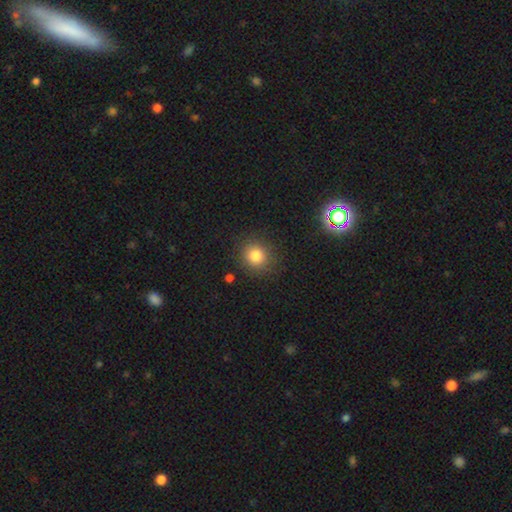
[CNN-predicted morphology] A smooth galaxy with no disk features (82%) that is round (84%).

Vote fractions:
- Smooth or featured? smooth: 82% / star or artifact: 11% / featured or disk: 6%
- How rounded? round: 84% / in between: 15% / cigar-shaped: 1%
- Merging? none: 86% / minor disturbance: 9% / major disturbance: 3% / merger: 2%